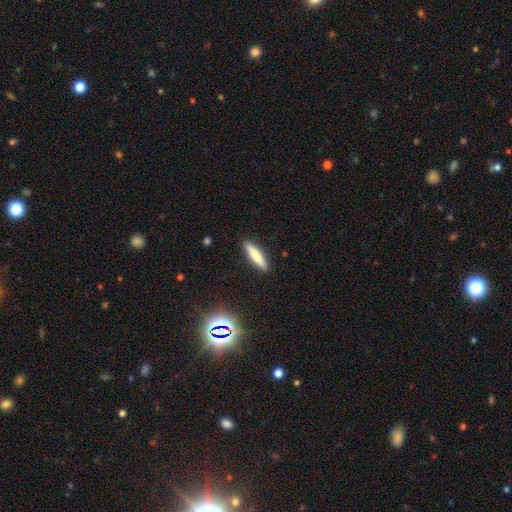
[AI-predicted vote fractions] Overall: smooth (75%). How rounded: cigar-shaped (83%). Merging: none (91%).